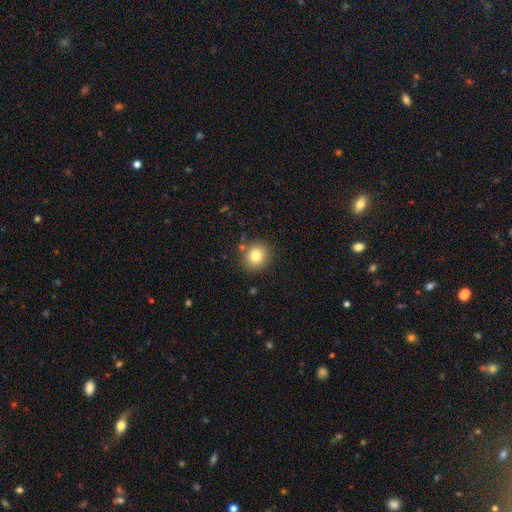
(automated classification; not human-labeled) Overall: smooth (81%). How rounded: round (86%). Merging: none (85%).